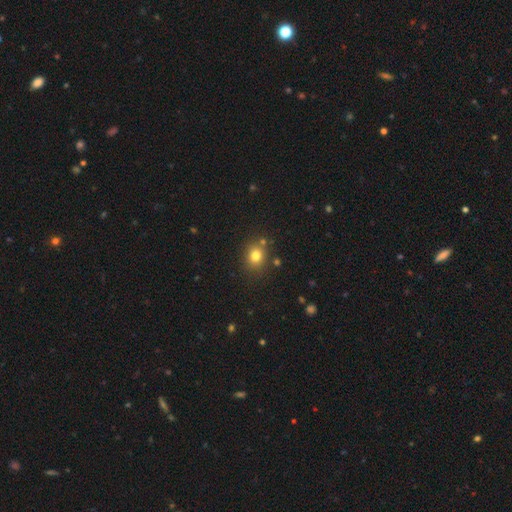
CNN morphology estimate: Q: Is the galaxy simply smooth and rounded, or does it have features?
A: smooth — 79%.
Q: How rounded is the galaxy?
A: round — 68%.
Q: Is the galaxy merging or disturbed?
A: none — 80%.